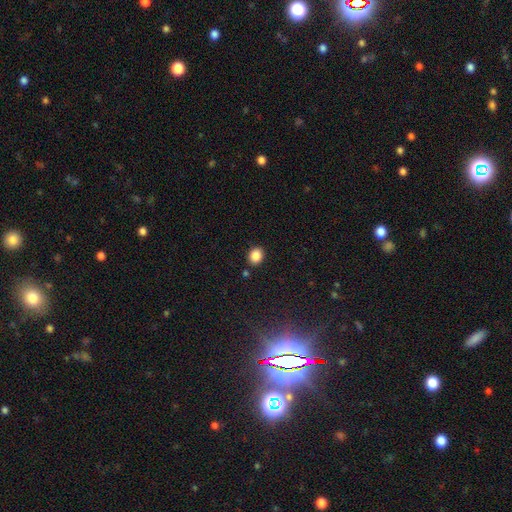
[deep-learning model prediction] The model was most divided on "how rounded": round: 56%, in between: 43%, cigar-shaped: 1%. More confident: merging — none (86%); smooth or featured — smooth (86%).